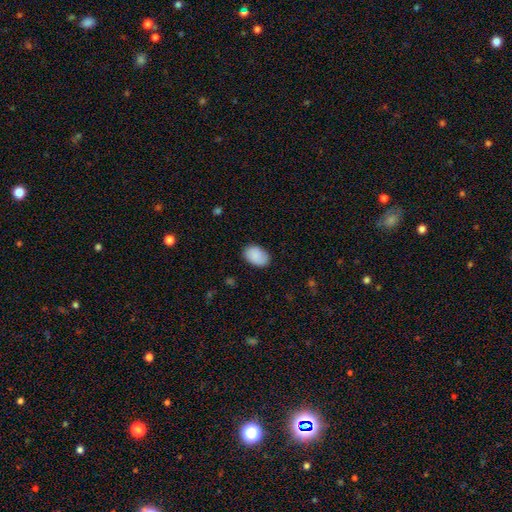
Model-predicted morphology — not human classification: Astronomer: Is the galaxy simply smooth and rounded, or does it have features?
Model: smooth — 89%.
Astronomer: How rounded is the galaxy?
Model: in between — 89%.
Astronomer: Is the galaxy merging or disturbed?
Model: none — 84%.